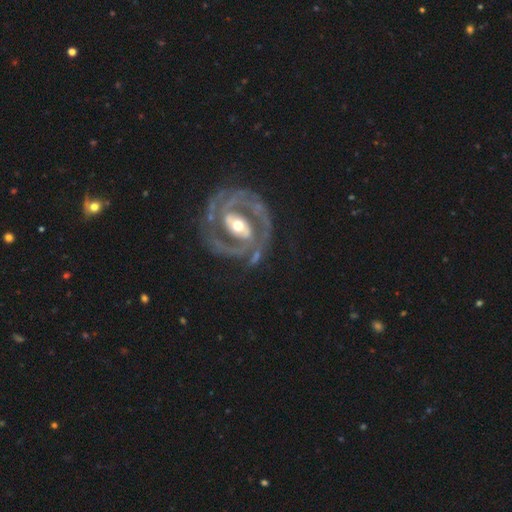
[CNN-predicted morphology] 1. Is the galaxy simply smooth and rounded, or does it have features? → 91% featured or disk, 5% star or artifact, 5% smooth.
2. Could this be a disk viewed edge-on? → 97% no, 3% yes.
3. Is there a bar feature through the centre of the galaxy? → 45% strong, 32% weak, 23% no.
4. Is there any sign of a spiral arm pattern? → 96% yes, 4% no.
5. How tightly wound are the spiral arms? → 56% tight, 37% medium, 7% loose.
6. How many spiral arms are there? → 80% 2, 8% 3, 5% can't tell, 3% 1, 2% 4, 2% more than 4.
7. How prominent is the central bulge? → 64% moderate, 27% small, 7% large, 1% dominant, 1% none.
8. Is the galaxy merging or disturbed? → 72% none, 16% minor disturbance, 9% major disturbance, 3% merger.